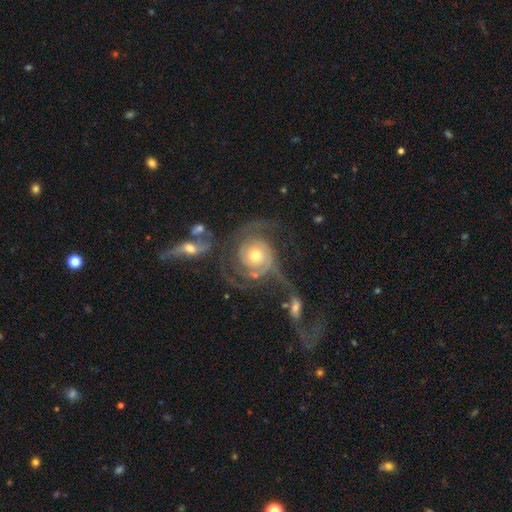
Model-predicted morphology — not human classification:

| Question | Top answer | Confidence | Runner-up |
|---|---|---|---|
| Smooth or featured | featured or disk | 86% | smooth (9%) |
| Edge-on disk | no | 97% | yes (3%) |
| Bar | no | 80% | weak (15%) |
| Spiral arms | yes | 95% | no (5%) |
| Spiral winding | tight | 53% | medium (32%) |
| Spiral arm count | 2 | 49% | can't tell (17%) |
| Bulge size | moderate | 65% | small (27%) |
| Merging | none | 37% | major disturbance (25%) |